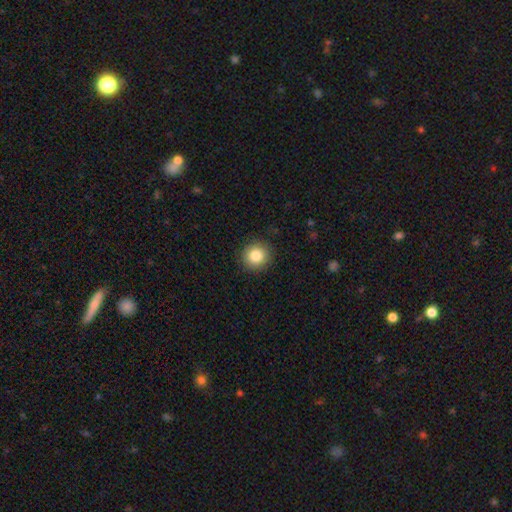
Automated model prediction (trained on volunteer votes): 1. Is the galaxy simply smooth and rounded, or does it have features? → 84% smooth, 9% star or artifact, 7% featured or disk.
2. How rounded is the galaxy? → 93% round, 6% in between, 1% cigar-shaped.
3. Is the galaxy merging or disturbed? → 90% none, 7% minor disturbance, 2% major disturbance, 1% merger.